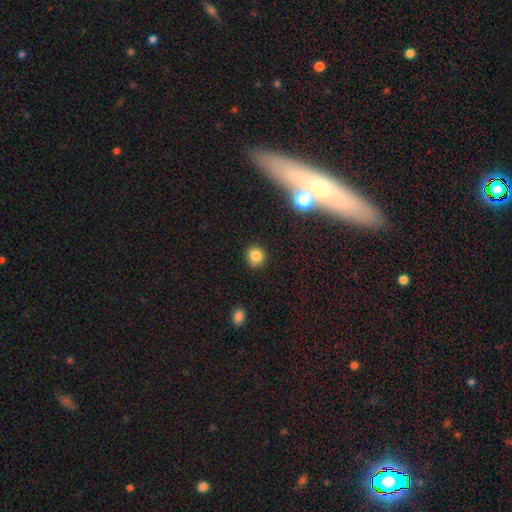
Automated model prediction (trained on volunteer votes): Smooth or featured? smooth (81%)
How rounded? round (88%)
Merging? none (88%)